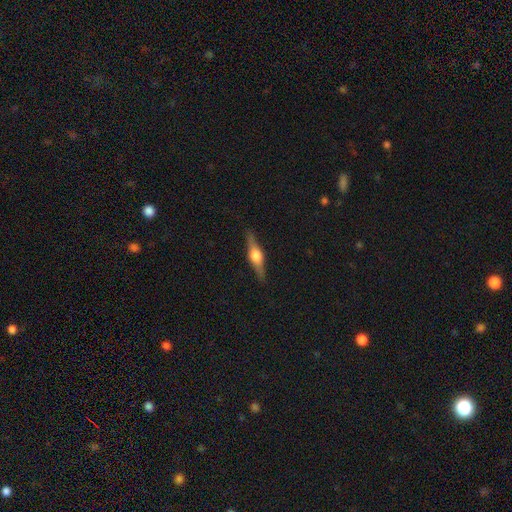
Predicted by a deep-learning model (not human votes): smooth-or-featured: featured or disk: 73% | smooth: 21% | star or artifact: 6%
  disk-edge-on: yes: 97% | no: 3%
    edge-on-bulge: rounded: 92% | boxy: 6% | none: 2%
  merging: none: 88% | minor disturbance: 9% | major disturbance: 2% | merger: 1%